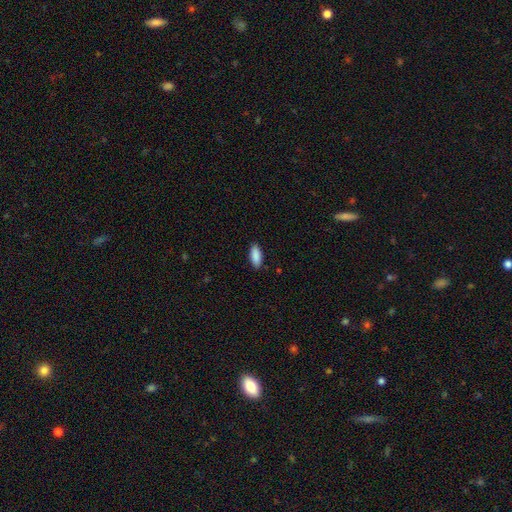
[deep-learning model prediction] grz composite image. It shows a smooth galaxy with no disk features (90%) that is in between round and cigar-shaped (83%). Merging: none (88%).